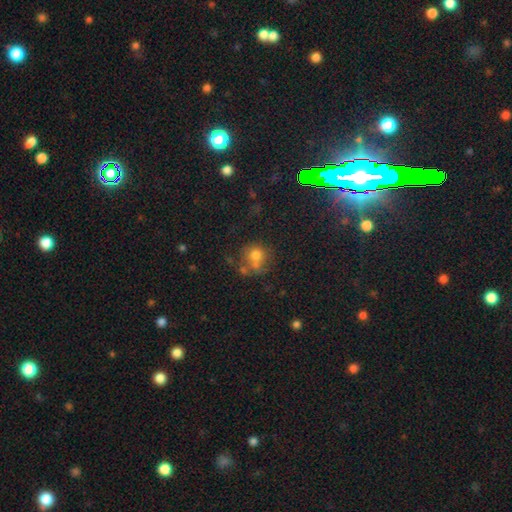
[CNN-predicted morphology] A smooth galaxy with no disk features (69%) that is round (79%). Merging: none (44%).